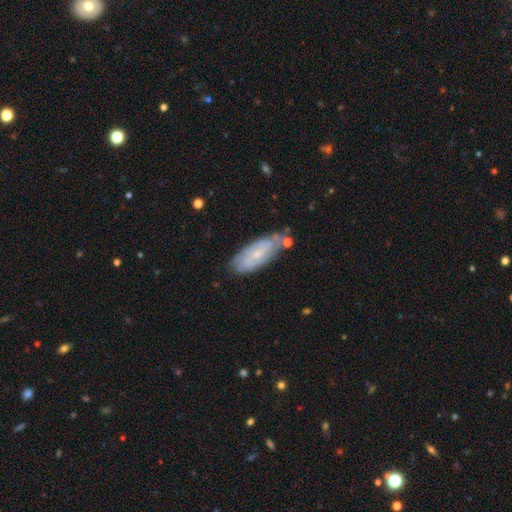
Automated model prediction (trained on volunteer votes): smooth-or-featured: featured or disk: 46% | smooth: 44% | star or artifact: 10%
  merging: none: 70% | minor disturbance: 20% | merger: 6% | major disturbance: 4%